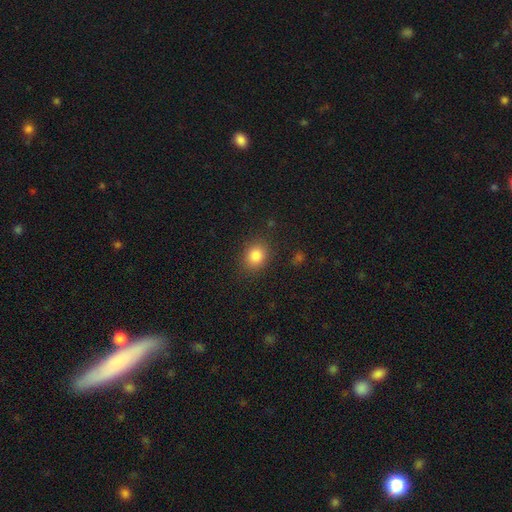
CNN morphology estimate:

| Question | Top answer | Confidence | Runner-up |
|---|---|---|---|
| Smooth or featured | smooth | 84% | star or artifact (10%) |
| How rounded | round | 56% | in between (43%) |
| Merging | none | 85% | minor disturbance (10%) |